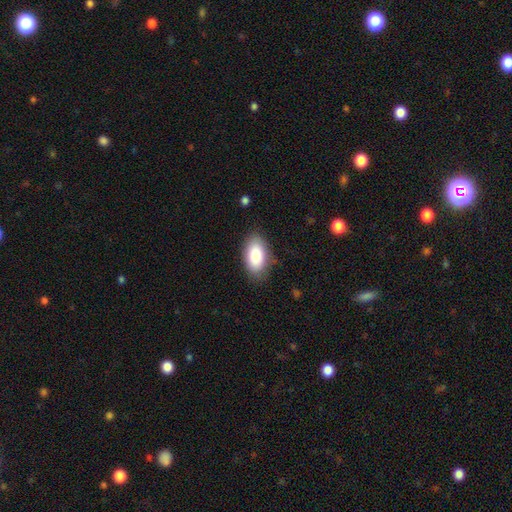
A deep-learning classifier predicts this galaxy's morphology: This is clearly a smooth galaxy (84%). How rounded: clearly in between (93%). Merging: clearly none (83%).